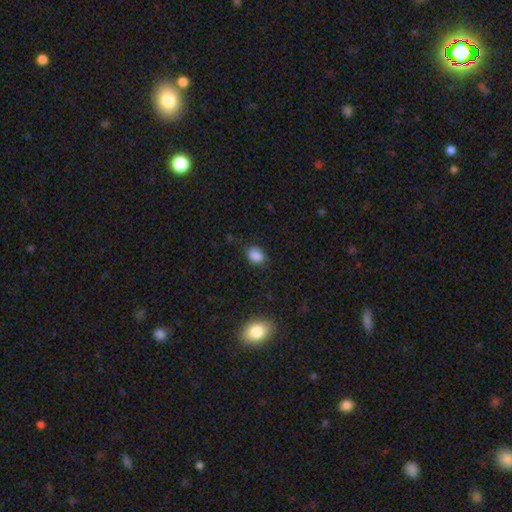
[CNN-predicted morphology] A smooth galaxy with no disk features (85%) that is in between round and cigar-shaped (64%).

Vote fractions:
- Smooth or featured? smooth: 85% / star or artifact: 10% / featured or disk: 4%
- How rounded? in between: 64% / round: 35% / cigar-shaped: 1%
- Merging? none: 77% / minor disturbance: 18% / major disturbance: 4% / merger: 1%